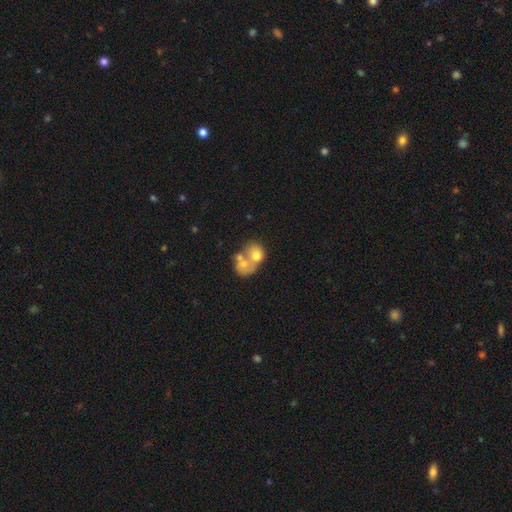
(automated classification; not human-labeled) The model was most divided on "how rounded": round: 54%, in between: 45%, cigar-shaped: 1%. More confident: merging — merger (72%); smooth or featured — smooth (53%).